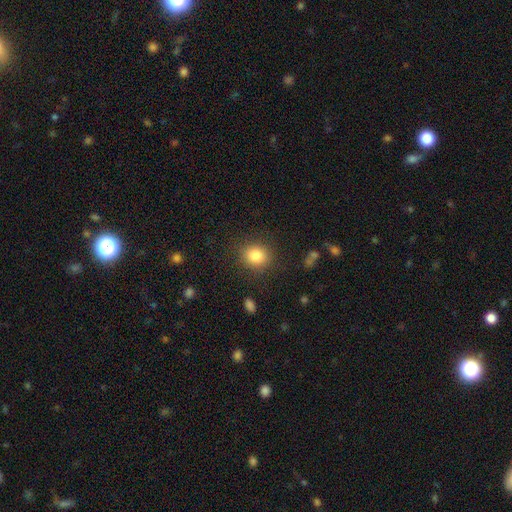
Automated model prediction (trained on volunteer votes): Smooth or featured? smooth (83%)
How rounded? round (77%)
Merging? none (86%)